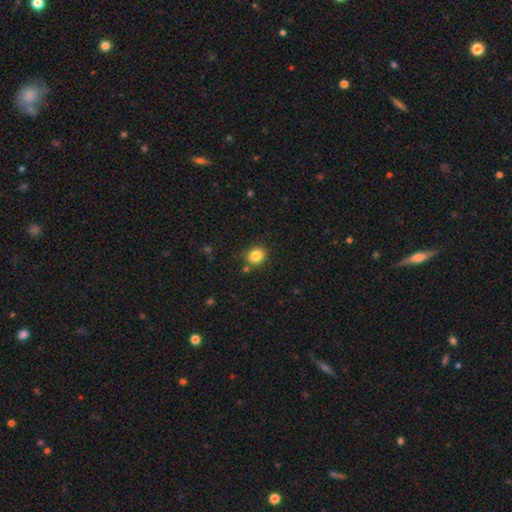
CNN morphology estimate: smooth-or-featured: smooth: 84% | star or artifact: 11% | featured or disk: 5%
  how-rounded: round: 73% | in between: 26% | cigar-shaped: 1%
  merging: none: 82% | minor disturbance: 11% | merger: 4% | major disturbance: 3%